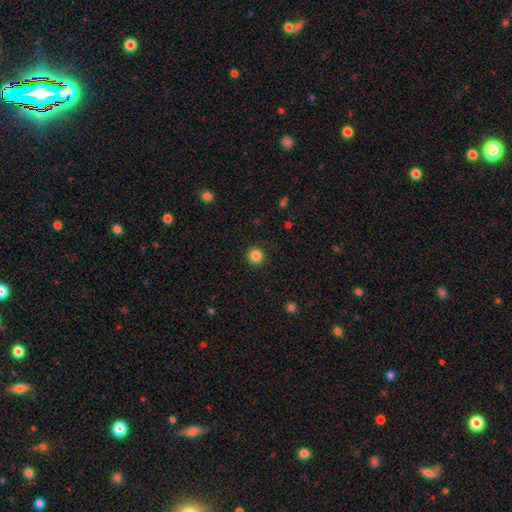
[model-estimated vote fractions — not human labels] Smooth or featured: smooth — 85% (star or artifact — 11%)
How rounded: round — 95% (in between — 4%)
Merging: none — 91% (minor disturbance — 6%)